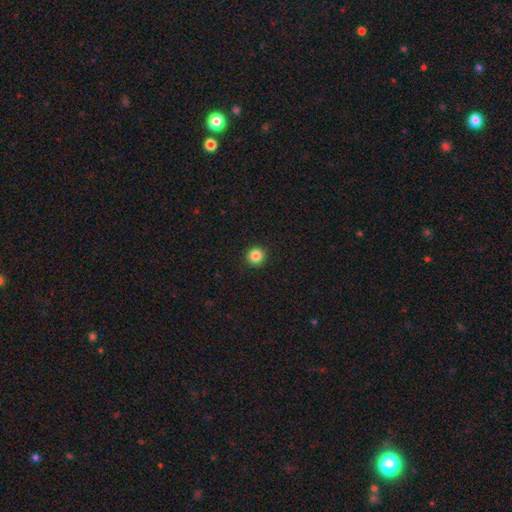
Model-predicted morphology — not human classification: Smooth or featured: smooth — 86% (star or artifact — 11%)
How rounded: round — 95% (in between — 4%)
Merging: none — 93% (minor disturbance — 4%)